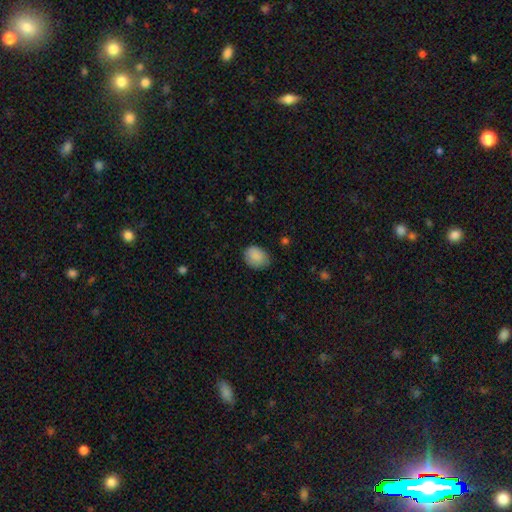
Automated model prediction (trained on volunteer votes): A smooth galaxy with no disk features (88%) that is in between round and cigar-shaped (58%).

Vote fractions:
- Smooth or featured? smooth: 88% / star or artifact: 7% / featured or disk: 5%
- How rounded? in between: 58% / round: 41% / cigar-shaped: 1%
- Merging? none: 75% / minor disturbance: 21% / major disturbance: 4% / merger: 1%